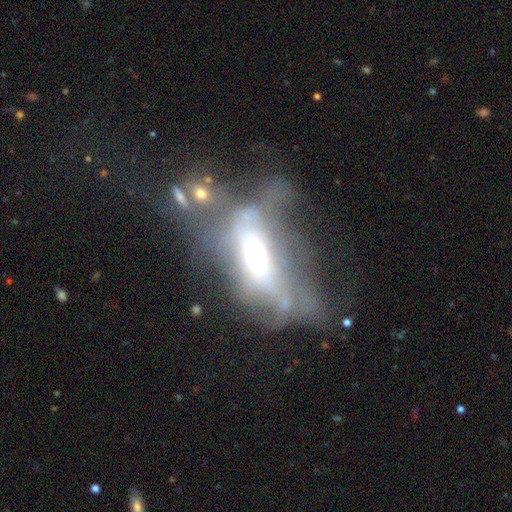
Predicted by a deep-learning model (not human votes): featured or disk 55%, smooth 31%, star or artifact 14%. Down the decision tree: edge-on disk — no (78%); merging — major disturbance (51%).